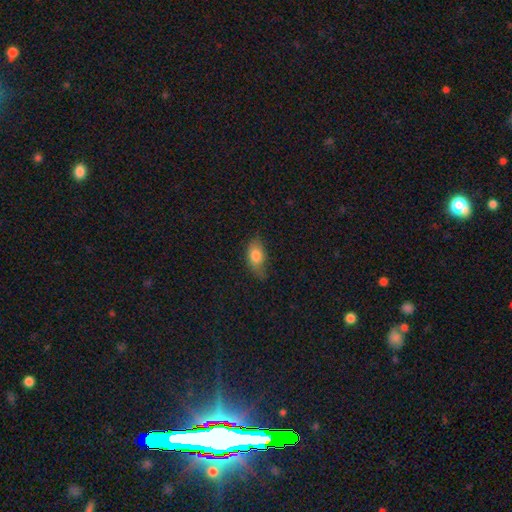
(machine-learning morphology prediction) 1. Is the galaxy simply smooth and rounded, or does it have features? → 79% smooth, 13% featured or disk, 8% star or artifact.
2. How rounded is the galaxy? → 87% in between, 8% round, 5% cigar-shaped.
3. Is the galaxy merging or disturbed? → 55% none, 34% minor disturbance, 9% major disturbance, 2% merger.